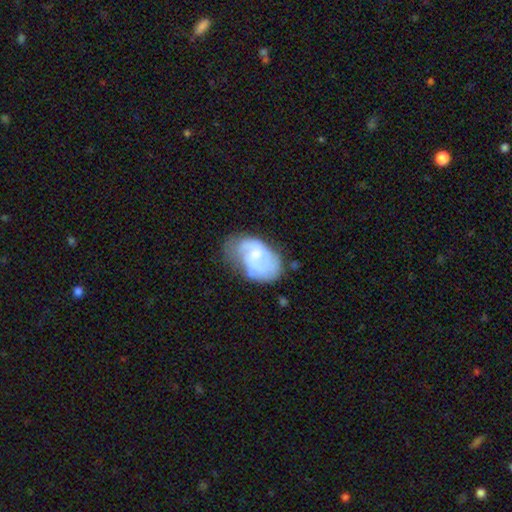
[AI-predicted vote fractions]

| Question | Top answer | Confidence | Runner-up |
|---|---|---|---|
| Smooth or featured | featured or disk | 60% | smooth (33%) |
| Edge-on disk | no | 97% | yes (3%) |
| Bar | no | 56% | weak (38%) |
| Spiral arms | yes | 77% | no (23%) |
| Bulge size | small | 56% | moderate (26%) |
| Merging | none | 41% | minor disturbance (36%) |